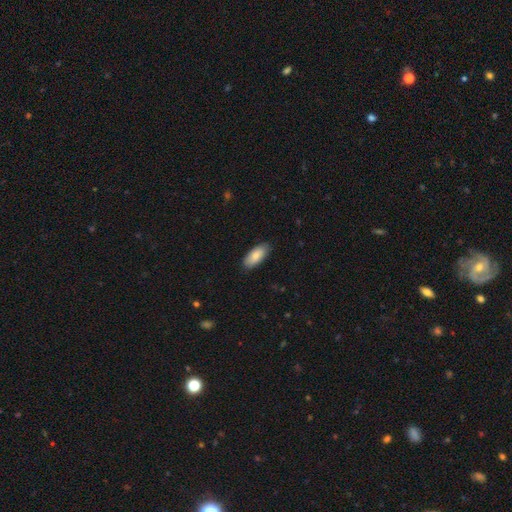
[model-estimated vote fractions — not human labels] Overall: smooth (83%). How rounded: in between (87%). Merging: none (86%).